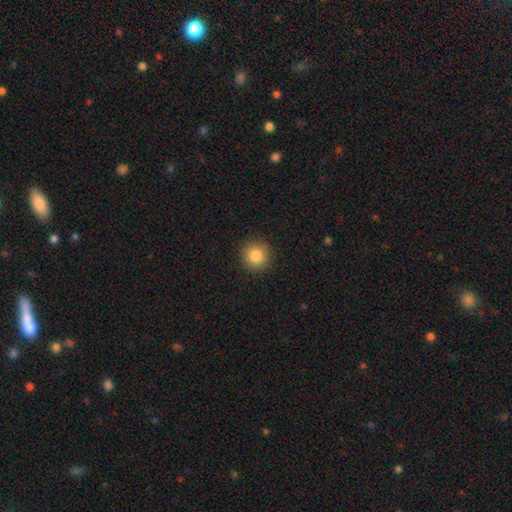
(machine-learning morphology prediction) Q: Smooth or featured?
A: smooth (86%); runner-up: star or artifact (10%)
Q: How rounded?
A: round (94%); runner-up: in between (5%)
Q: Merging?
A: none (91%); runner-up: minor disturbance (6%)